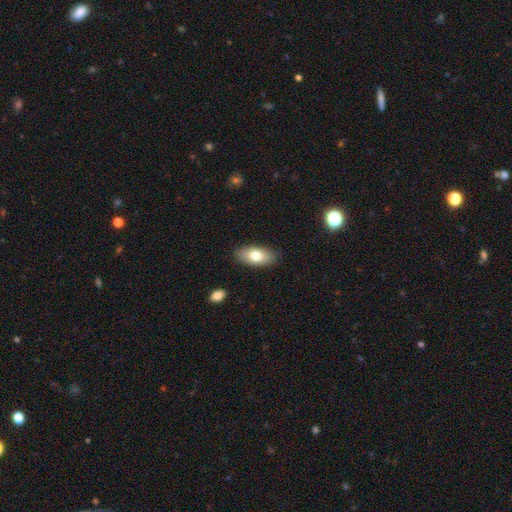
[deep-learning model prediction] A smooth galaxy with no disk features (77%) that is in between round and cigar-shaped (90%).

Vote fractions:
- Smooth or featured? smooth: 77% / featured or disk: 17% / star or artifact: 7%
- How rounded? in between: 90% / cigar-shaped: 6% / round: 3%
- Merging? none: 87% / minor disturbance: 9% / major disturbance: 2% / merger: 1%